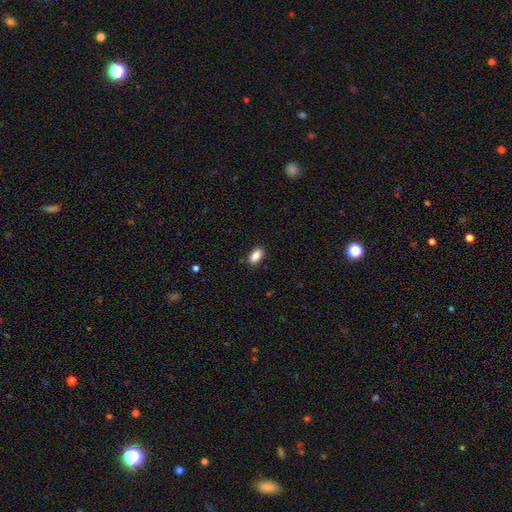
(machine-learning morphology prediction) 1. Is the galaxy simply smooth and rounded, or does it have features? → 88% smooth, 8% star or artifact, 4% featured or disk.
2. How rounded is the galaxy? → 92% in between, 6% round, 3% cigar-shaped.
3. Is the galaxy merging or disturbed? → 86% none, 10% minor disturbance, 2% major disturbance, 1% merger.